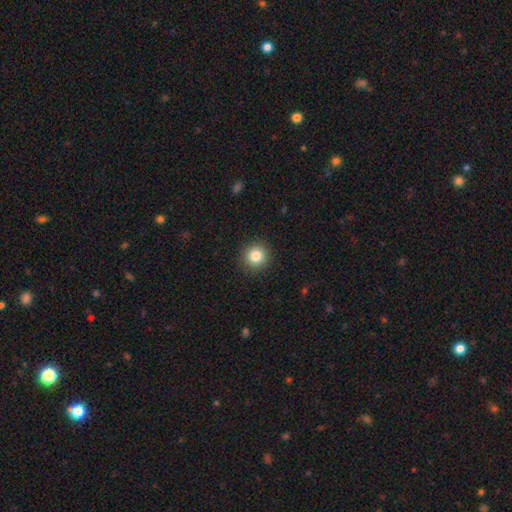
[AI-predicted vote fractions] Smooth or featured? Predicted: smooth (p=0.83). How rounded? Predicted: round (p=0.94). Merging? Predicted: none (p=0.92).